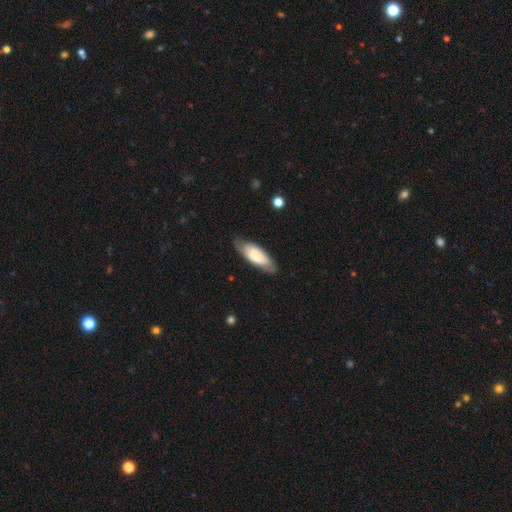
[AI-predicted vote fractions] Overall: smooth (67%; featured or disk 28%). How rounded: in between (72%). Merging: none (78%).